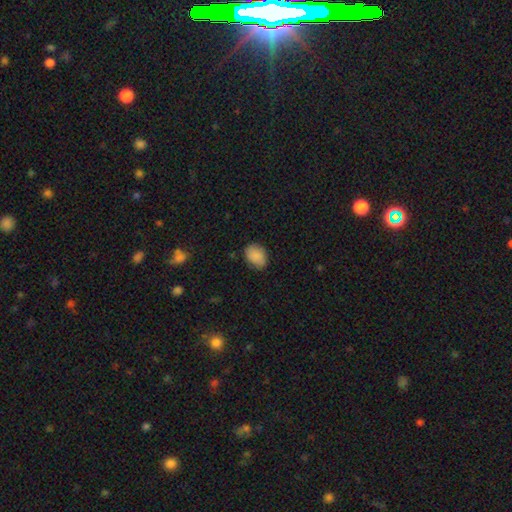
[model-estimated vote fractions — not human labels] smooth-or-featured: smooth: 88% | star or artifact: 8% | featured or disk: 4%
  how-rounded: in between: 70% | round: 29% | cigar-shaped: 1%
  merging: none: 78% | minor disturbance: 17% | major disturbance: 3% | merger: 1%